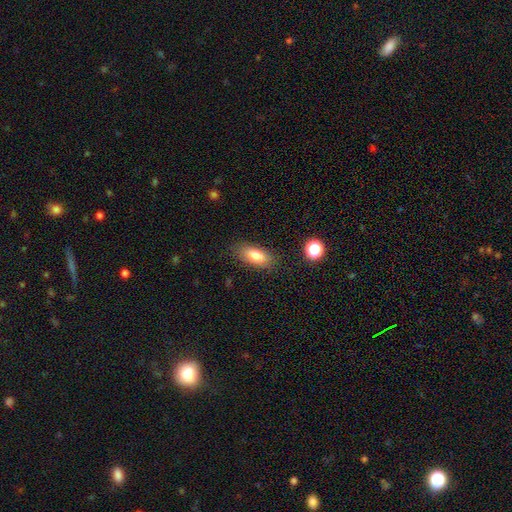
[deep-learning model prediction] This is likely a smooth galaxy (80%). How rounded: clearly in between (84%). Merging: clearly none (84%).